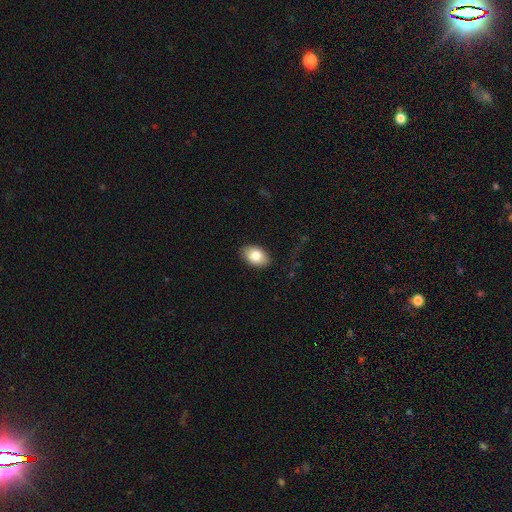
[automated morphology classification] This appears to be a smooth galaxy with no disk features (82%) that is in between round and cigar-shaped (90%). Merging: none (86%).